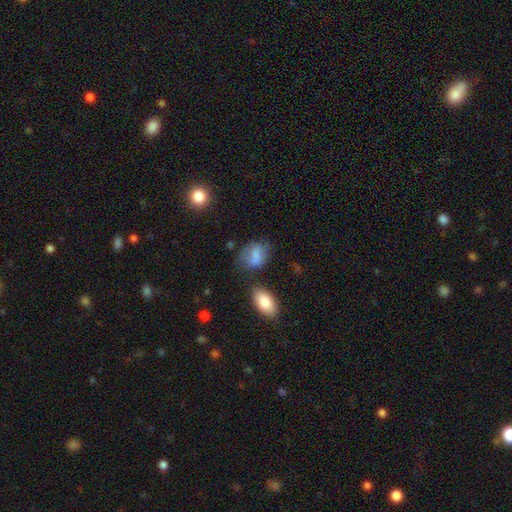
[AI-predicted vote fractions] Smooth or featured? Predicted: smooth (p=0.75). How rounded? Predicted: in between (p=0.68). Merging? Predicted: none (p=0.53).